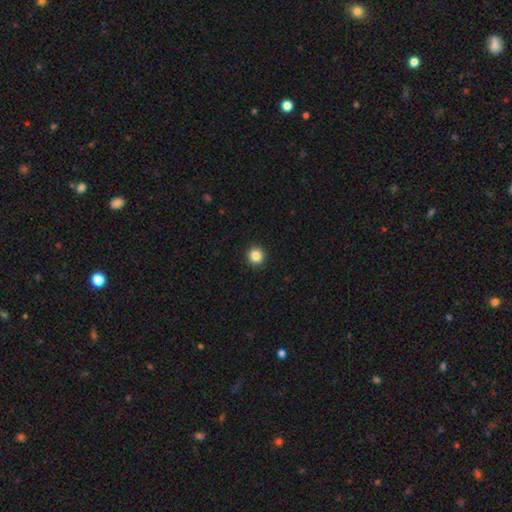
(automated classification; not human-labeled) A smooth galaxy with no disk features (86%) that is round (95%). Merging: none (93%).